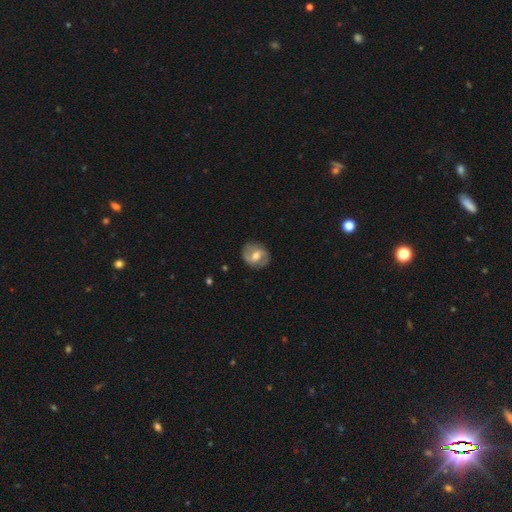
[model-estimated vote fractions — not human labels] Smooth or featured: featured or disk — 67% (smooth — 27%)
Edge-on disk: no — 97% (yes — 3%)
Bar: weak — 50% (no — 26%)
Spiral arms: yes — 83% (no — 17%)
Spiral winding: medium — 46% (loose — 28%)
Spiral arm count: 2 — 88% (can't tell — 7%)
Bulge size: moderate — 71% (small — 18%)
Merging: none — 84% (minor disturbance — 12%)